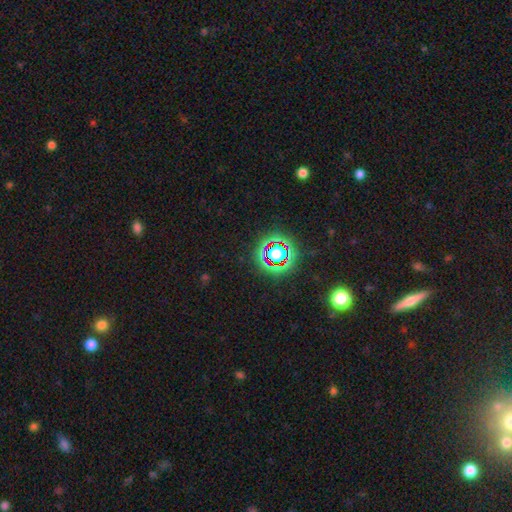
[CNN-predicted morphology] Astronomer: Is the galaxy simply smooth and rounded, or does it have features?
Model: star or artifact — 78%.